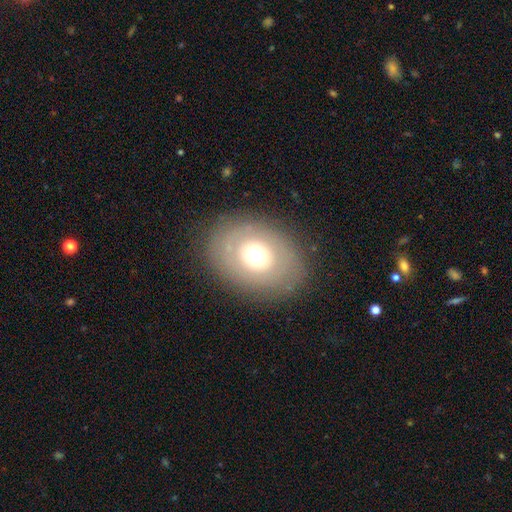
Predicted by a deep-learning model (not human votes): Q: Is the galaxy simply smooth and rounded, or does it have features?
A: smooth — 58%.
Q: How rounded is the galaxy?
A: in between — 56%.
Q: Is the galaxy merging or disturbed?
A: none — 84%.